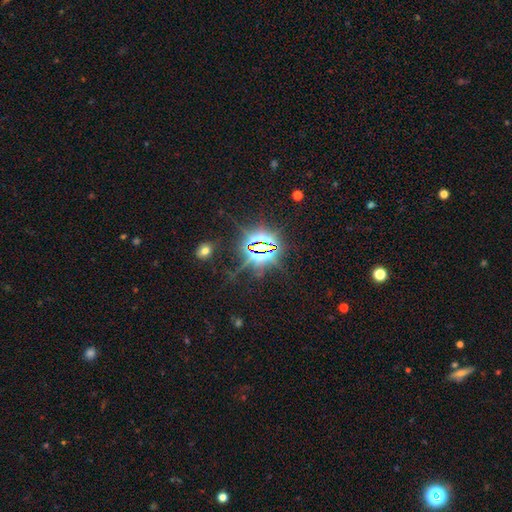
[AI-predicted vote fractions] Overall: star or artifact (83%).